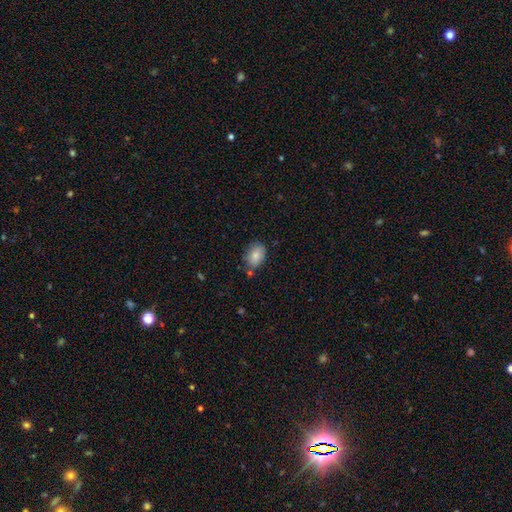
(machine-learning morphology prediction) smooth_or_featured: smooth (p=0.84) [alt: featured or disk p=0.08]
how_rounded: in between (p=0.80) [alt: round p=0.18]
merging: none (p=0.71) [alt: minor disturbance p=0.20]